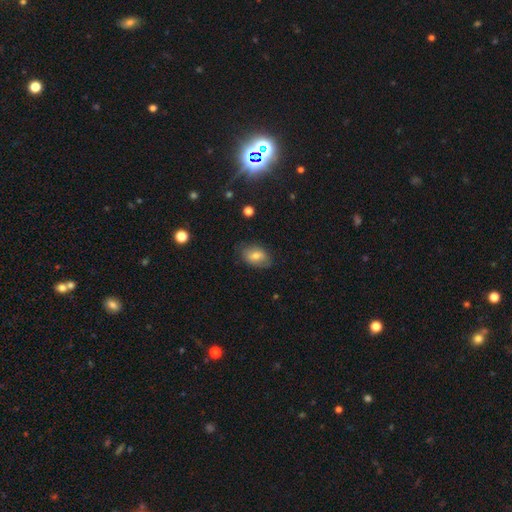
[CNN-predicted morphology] Overall: smooth (67%). How rounded: in between (86%). Merging: none (73%).